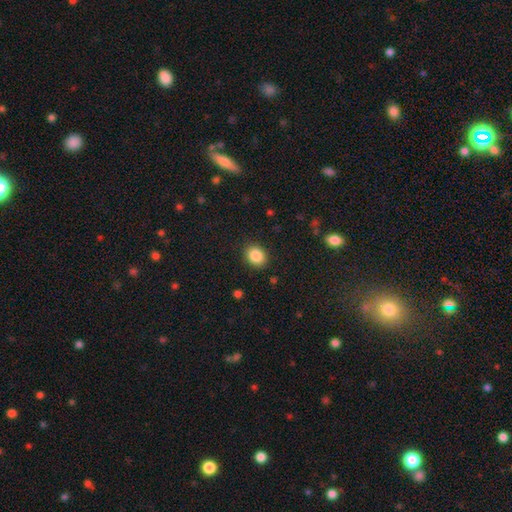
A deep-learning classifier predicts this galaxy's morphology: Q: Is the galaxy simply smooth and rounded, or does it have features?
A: smooth — 87%.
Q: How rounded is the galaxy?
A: round — 55%.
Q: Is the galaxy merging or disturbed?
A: none — 88%.